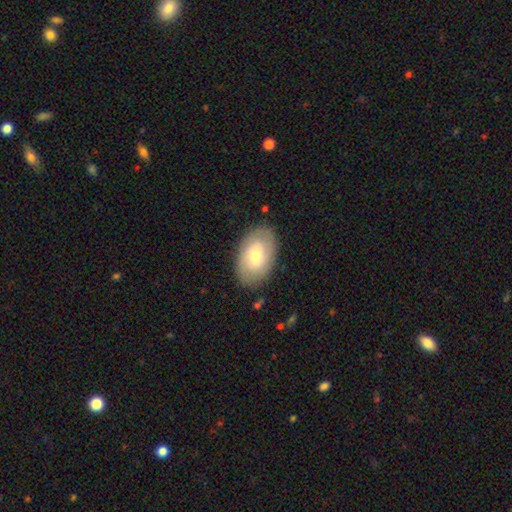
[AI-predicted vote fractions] Morphology: type=smooth (55%); roundness=in between (89%); merging=none (83%).